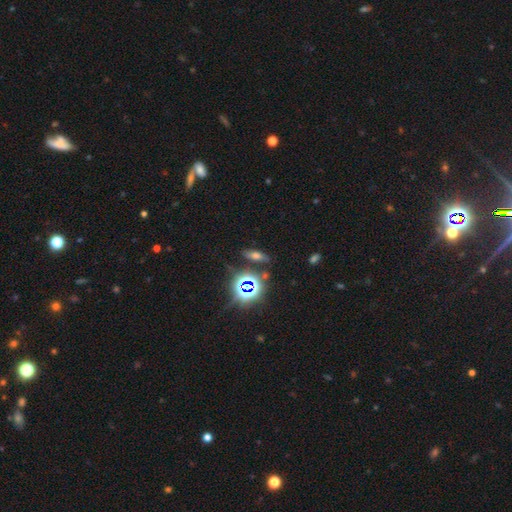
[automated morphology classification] A smooth galaxy with no disk features (47%). Merging: none (81%).